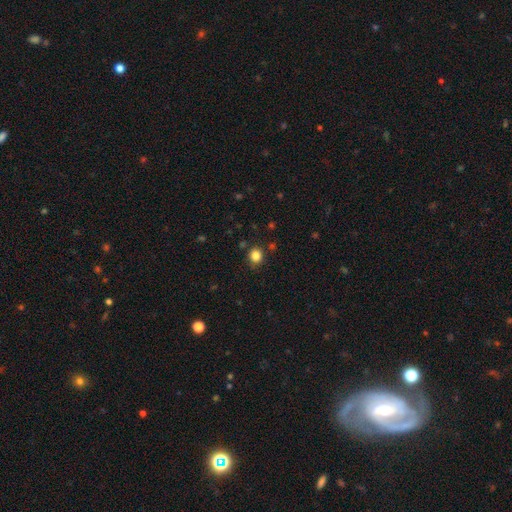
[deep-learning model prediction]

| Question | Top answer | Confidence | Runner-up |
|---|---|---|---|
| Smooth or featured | smooth | 84% | star or artifact (12%) |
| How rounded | round | 84% | in between (16%) |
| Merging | none | 86% | minor disturbance (9%) |